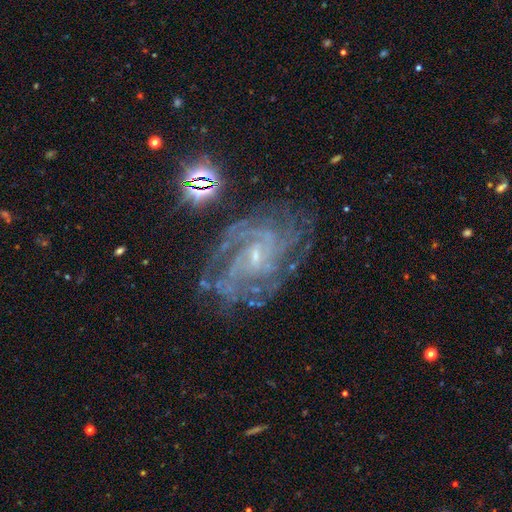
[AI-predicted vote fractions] smooth-or-featured: featured or disk: 85% | star or artifact: 10% | smooth: 5%
  disk-edge-on: no: 97% | yes: 3%
    bar: no: 45% | weak: 42% | strong: 12%
    has-spiral-arms: yes: 96% | no: 4%
      spiral-winding: tight: 60% | medium: 33% | loose: 7%
      spiral-arm-count: can't tell: 29% | 4: 20% | 3: 16% | 2: 15% | more than 4: 12% | 1: 8%
    bulge-size: small: 78% | moderate: 15% | none: 5% | large: 1% | dominant: 1%
  merging: none: 74% | minor disturbance: 16% | major disturbance: 8% | merger: 2%